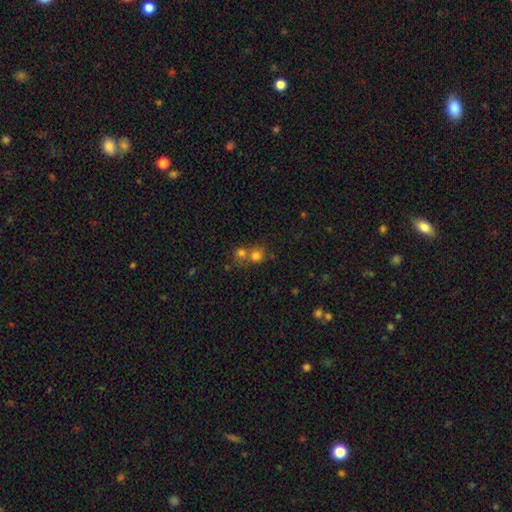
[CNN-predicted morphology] smooth_or_featured: smooth (p=0.75) [alt: star or artifact p=0.15]
how_rounded: round (p=0.84) [alt: in between p=0.15]
merging: merger (p=0.48) [alt: none p=0.43]